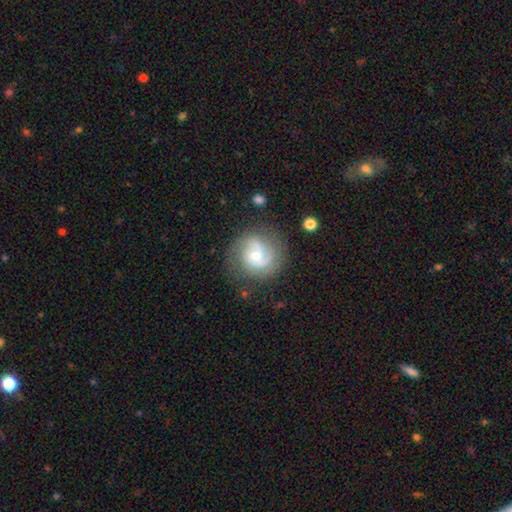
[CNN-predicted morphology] Overall: featured or disk (74%). Edge-on disk: no (98%). Bar: no (56%; weak 36%). Spiral arms: yes (92%). Spiral arm count: 2 (65%). Spiral winding: medium (46%; tight 28%). Bulge size: moderate (48%; small 47%). Merging: none (73%).